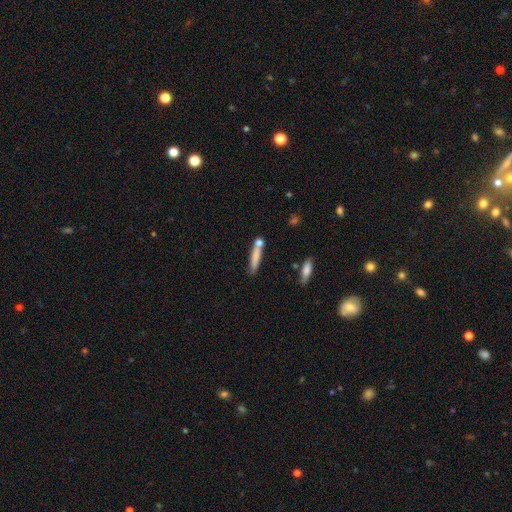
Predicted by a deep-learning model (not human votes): The model was most divided on "merging": none: 66%, merger: 15%, minor disturbance: 14%, major disturbance: 4%. More confident: how rounded — cigar-shaped (87%); smooth or featured — smooth (74%).